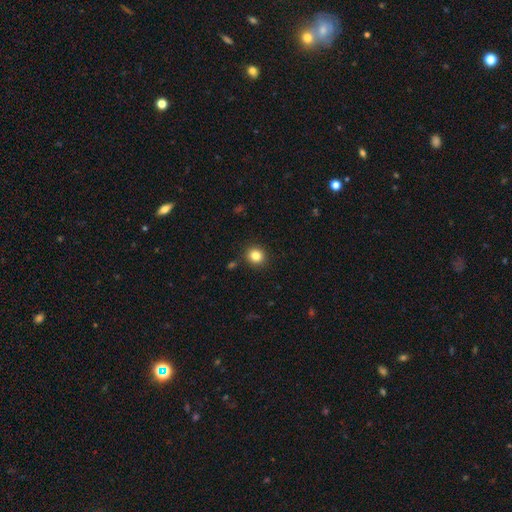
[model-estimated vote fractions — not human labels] A smooth galaxy with no disk features (83%) that is round (86%). Merging: none (90%).